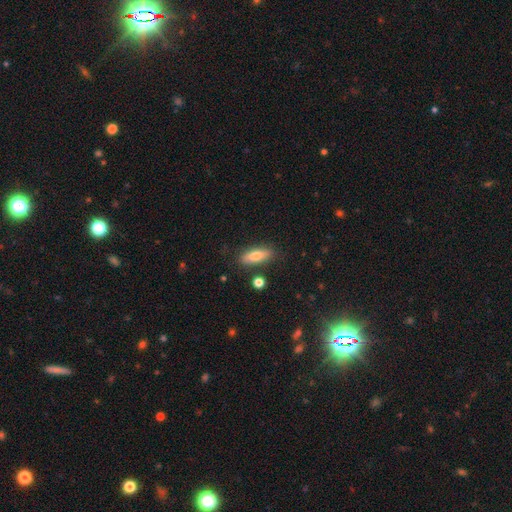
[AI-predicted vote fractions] Morphology: type=smooth (74%); roundness=in between (61%); merging=none (81%).